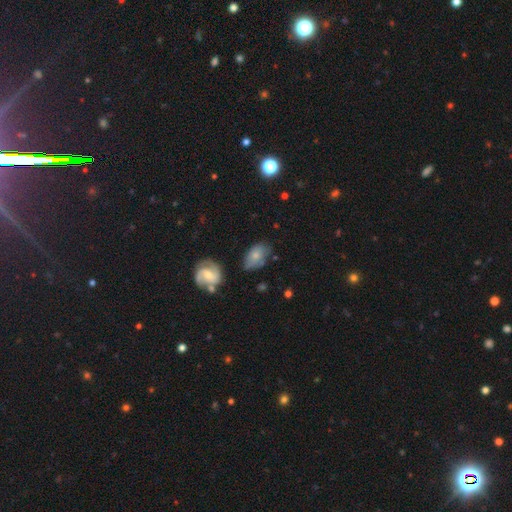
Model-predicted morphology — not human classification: Overall: smooth (64%; featured or disk 28%). How rounded: in between (86%). Merging: none (60%; minor disturbance 26%).